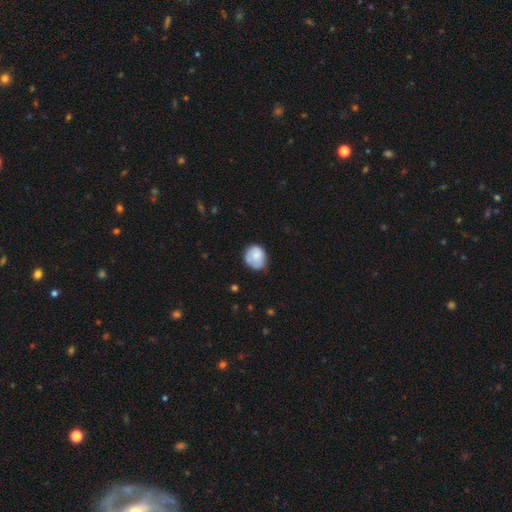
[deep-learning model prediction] A smooth galaxy with no disk features (74%) that is round (70%). Merging: none (57%).